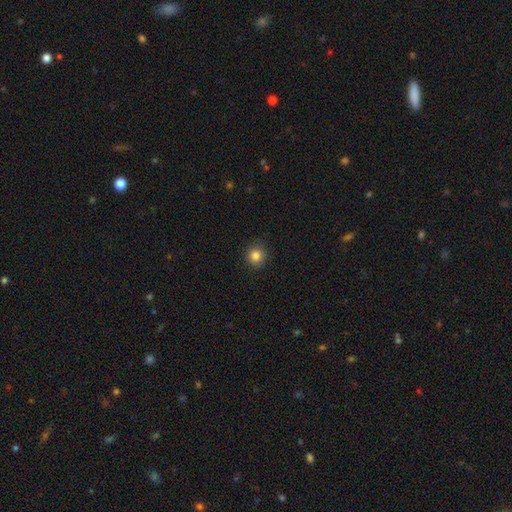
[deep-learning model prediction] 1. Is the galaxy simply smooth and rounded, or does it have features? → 83% smooth, 12% star or artifact, 6% featured or disk.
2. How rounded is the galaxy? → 93% round, 6% in between, 1% cigar-shaped.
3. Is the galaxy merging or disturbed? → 91% none, 6% minor disturbance, 2% major disturbance, 1% merger.